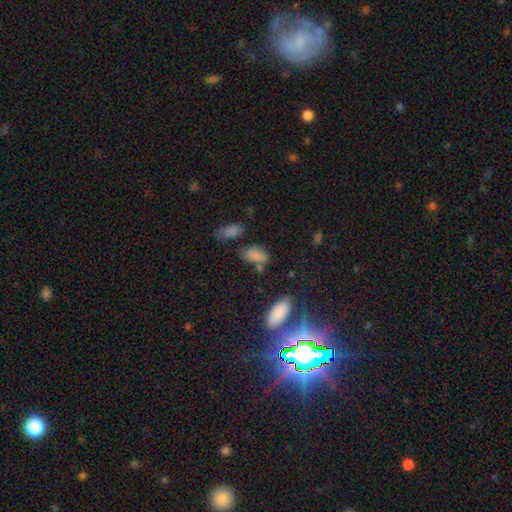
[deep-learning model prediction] This appears to be a smooth galaxy with no disk features (76%) that is in between round and cigar-shaped (86%). Merging: none (47%).